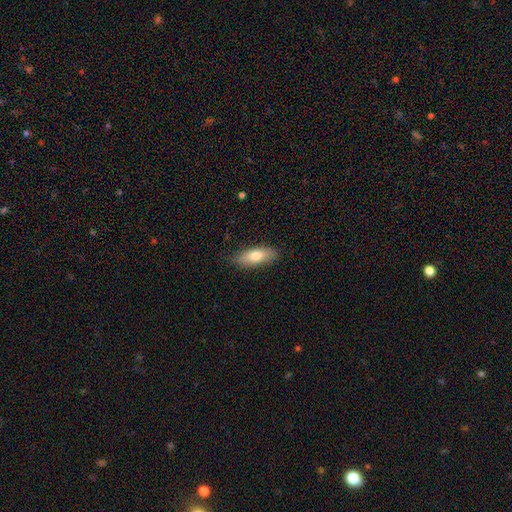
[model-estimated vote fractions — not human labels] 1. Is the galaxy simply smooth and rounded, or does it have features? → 75% smooth, 19% featured or disk, 6% star or artifact.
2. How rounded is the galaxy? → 73% in between, 24% cigar-shaped, 3% round.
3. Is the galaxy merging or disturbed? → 85% none, 11% minor disturbance, 2% major disturbance, 1% merger.